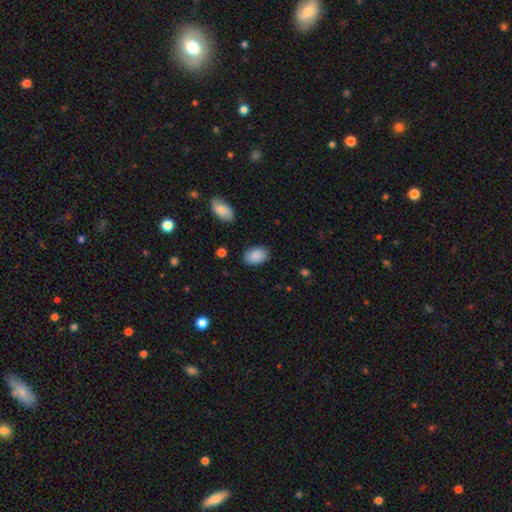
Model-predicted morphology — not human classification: type=smooth (89%); roundness=in between (86%); merging=none (85%).